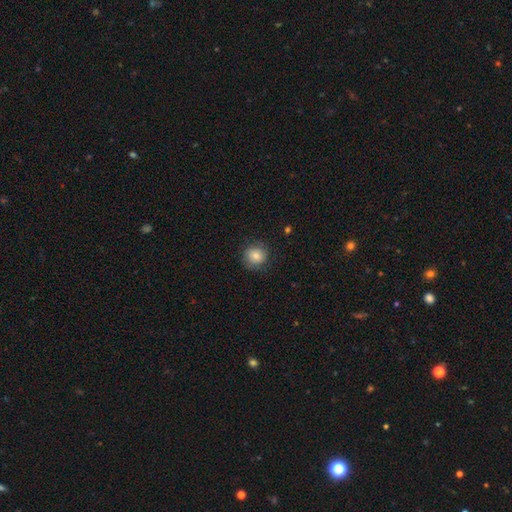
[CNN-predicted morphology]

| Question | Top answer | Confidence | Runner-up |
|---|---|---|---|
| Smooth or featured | smooth | 72% | featured or disk (20%) |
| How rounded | round | 86% | in between (14%) |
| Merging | none | 79% | minor disturbance (15%) |